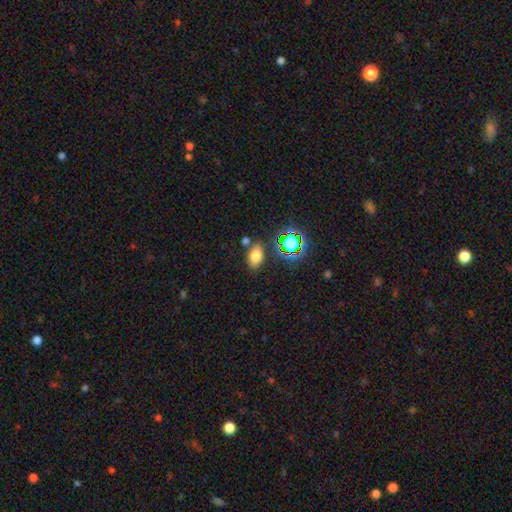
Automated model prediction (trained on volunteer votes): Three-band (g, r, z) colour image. It shows a smooth galaxy with no disk features (72%) that is in between round and cigar-shaped (86%). Merging: none (76%).